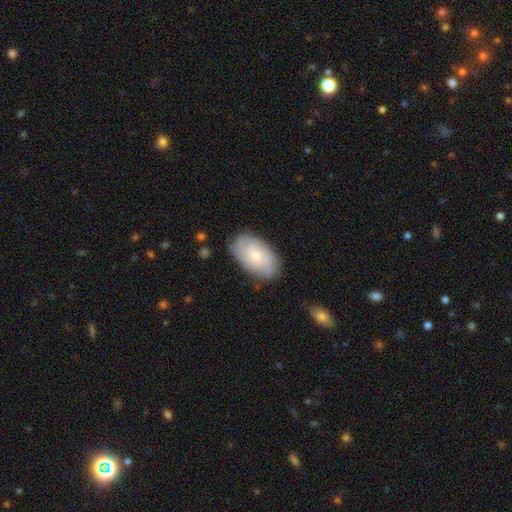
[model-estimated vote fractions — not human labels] Smooth or featured: smooth — 53% (featured or disk — 40%)
How rounded: in between — 93% (round — 5%)
Merging: none — 78% (minor disturbance — 17%)